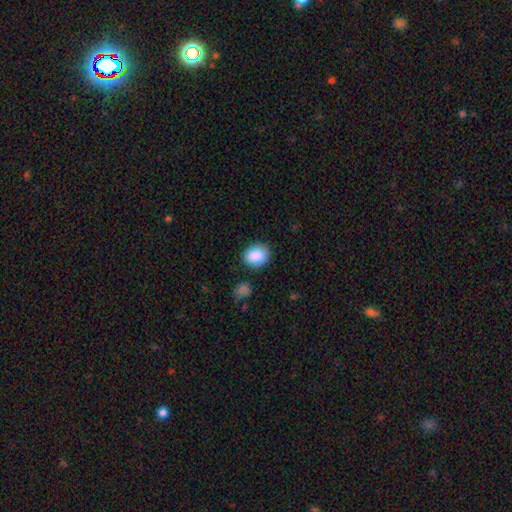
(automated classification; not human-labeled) smooth-or-featured: smooth: 88% | star or artifact: 8% | featured or disk: 4%
  how-rounded: round: 58% | in between: 41% | cigar-shaped: 1%
  merging: none: 83% | minor disturbance: 11% | major disturbance: 3% | merger: 3%